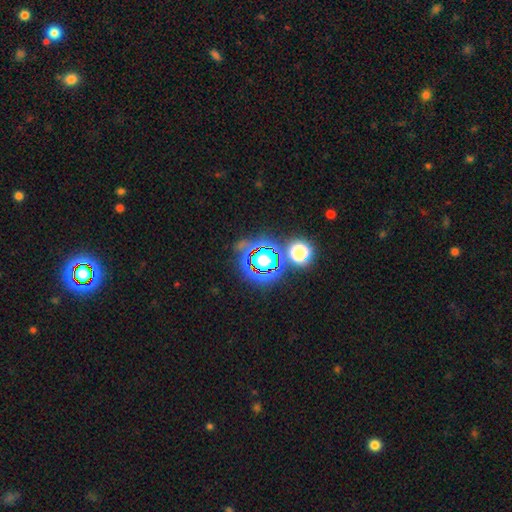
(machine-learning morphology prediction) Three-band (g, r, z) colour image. It shows a star or artifact, not a galaxy (79%).